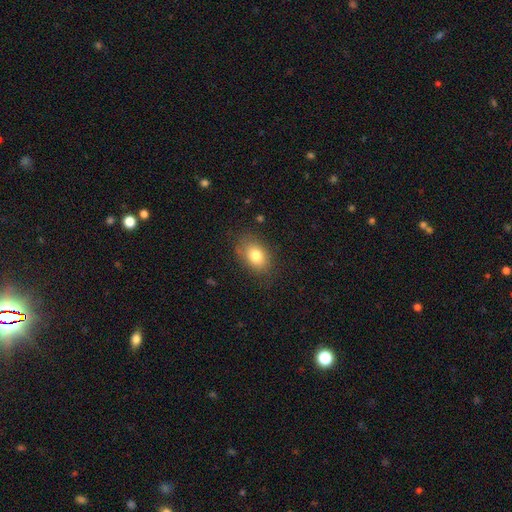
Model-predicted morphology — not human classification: smooth-or-featured: smooth: 80% | featured or disk: 11% | star or artifact: 9%
  how-rounded: in between: 79% | round: 19% | cigar-shaped: 1%
  merging: none: 80% | minor disturbance: 14% | major disturbance: 4% | merger: 1%